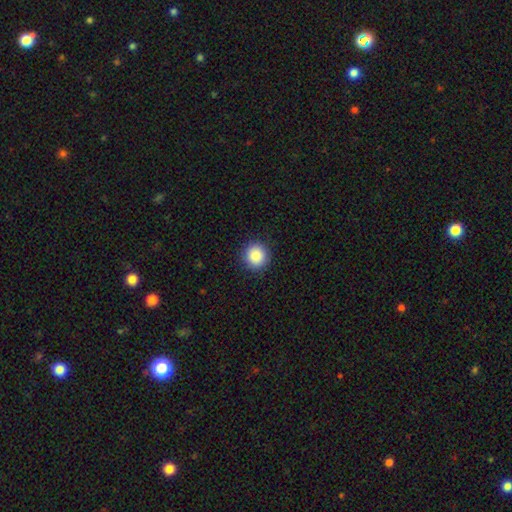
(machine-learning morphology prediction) A smooth galaxy with no disk features (88%) that is round (94%).

Vote fractions:
- Smooth or featured? smooth: 88% / star or artifact: 9% / featured or disk: 4%
- How rounded? round: 94% / in between: 5% / cigar-shaped: 1%
- Merging? none: 91% / minor disturbance: 6% / major disturbance: 2% / merger: 1%